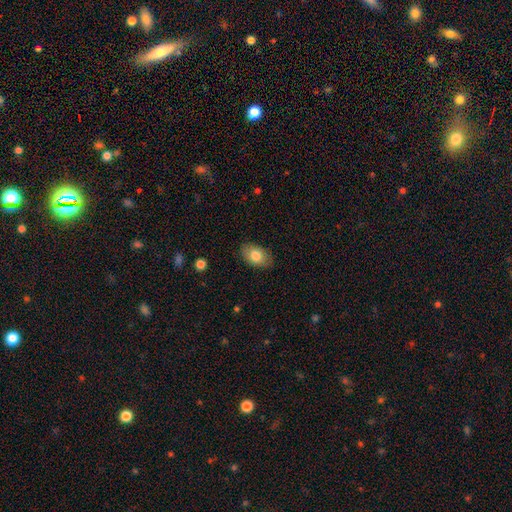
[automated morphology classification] Overall: smooth (79%). How rounded: in between (89%). Merging: none (85%).